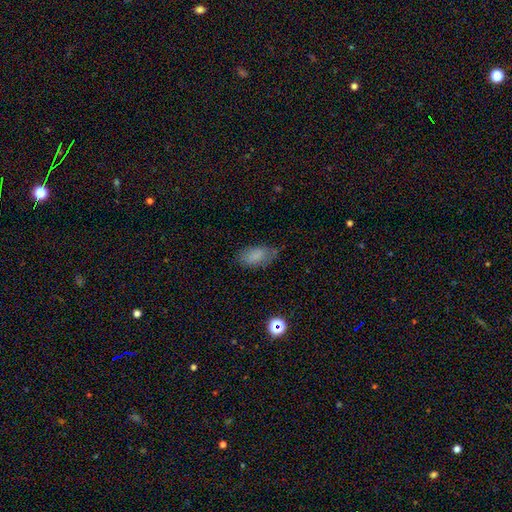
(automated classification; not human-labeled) smooth_or_featured: smooth (p=0.79) [alt: featured or disk p=0.11]
how_rounded: in between (p=0.91) [alt: round p=0.05]
merging: none (p=0.67) [alt: minor disturbance p=0.24]